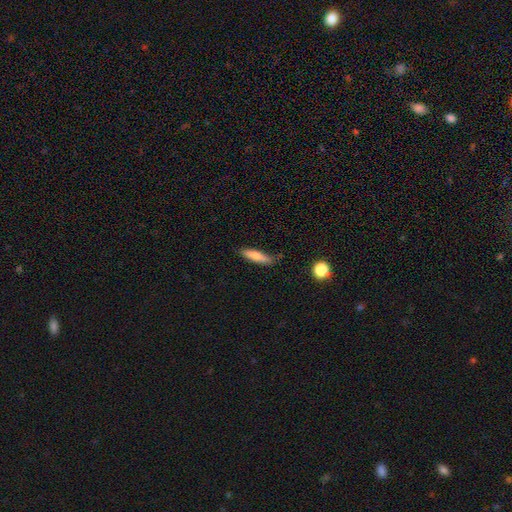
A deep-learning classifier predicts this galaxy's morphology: Q: Smooth or featured?
A: smooth (78%); runner-up: featured or disk (15%)
Q: How rounded?
A: cigar-shaped (76%); runner-up: in between (23%)
Q: Merging?
A: none (76%); runner-up: minor disturbance (19%)